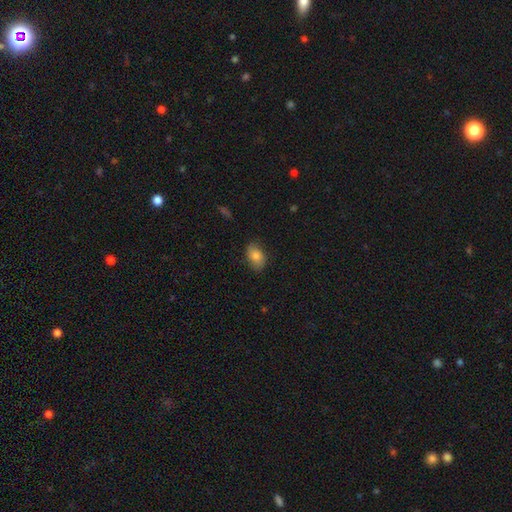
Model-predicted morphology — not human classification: This appears to be a smooth galaxy with no disk features (80%) that is in between round and cigar-shaped (87%). Merging: none (78%).